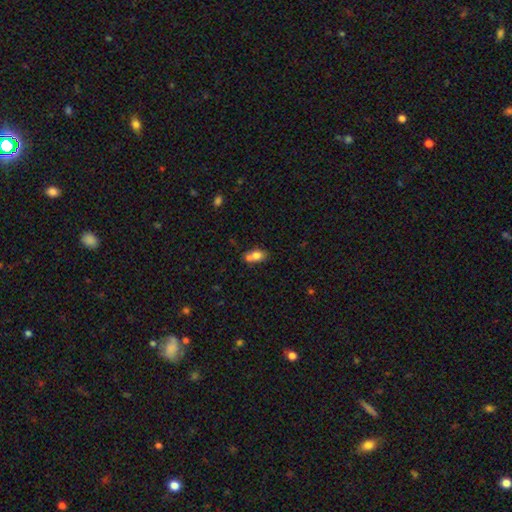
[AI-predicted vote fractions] smooth_or_featured: smooth (p=0.75) [alt: featured or disk p=0.15]
how_rounded: in between (p=0.70) [alt: round p=0.28]
merging: merger (p=0.49) [alt: none p=0.37]